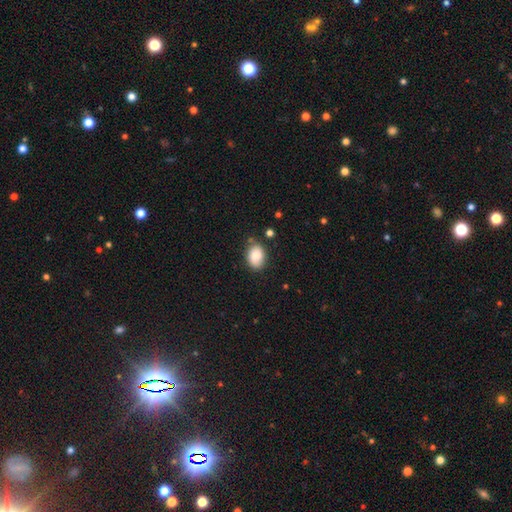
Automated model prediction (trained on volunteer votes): Smooth or featured? smooth (82%)
How rounded? in between (79%)
Merging? none (72%)